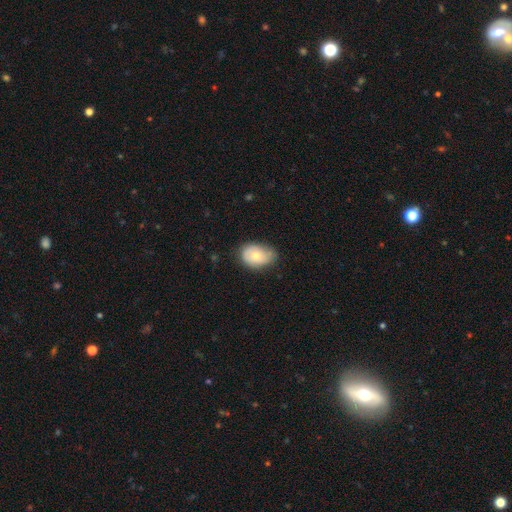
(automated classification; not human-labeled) Q: Smooth or featured?
A: smooth (65%); runner-up: featured or disk (28%)
Q: How rounded?
A: in between (79%); runner-up: round (20%)
Q: Merging?
A: none (57%); runner-up: minor disturbance (34%)